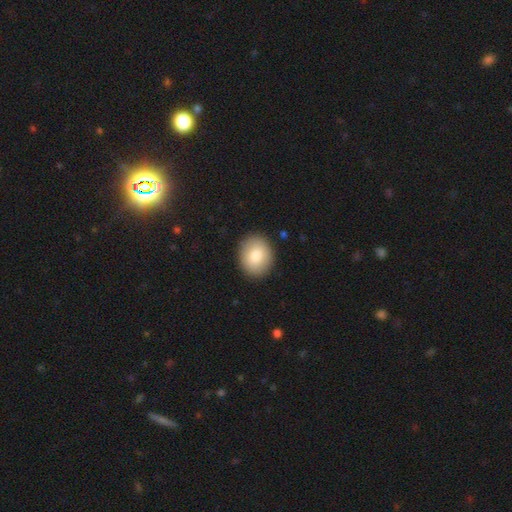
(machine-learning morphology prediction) This appears to be a smooth galaxy with no disk features (81%) that is round (55%). Merging: none (90%).